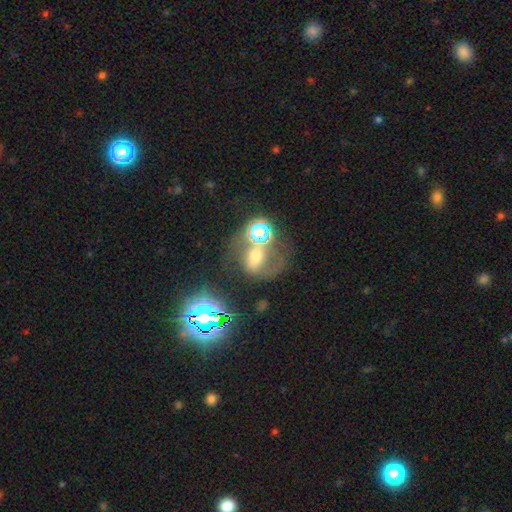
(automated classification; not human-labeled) A featured or disk galaxy (43%).

Vote fractions:
- Smooth or featured? featured or disk: 43% / smooth: 31% / star or artifact: 26%
- Merging? merger: 34% / none: 32% / major disturbance: 20% / minor disturbance: 14%